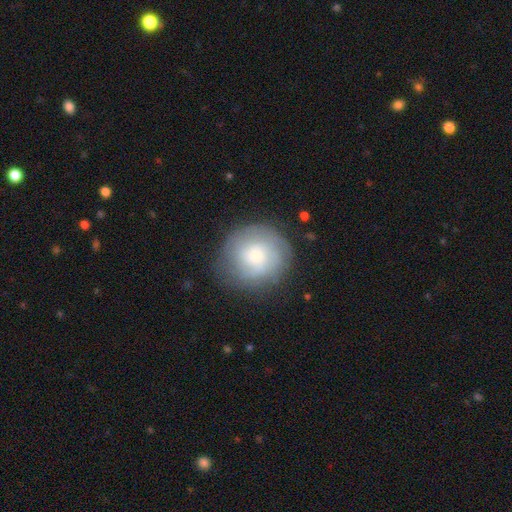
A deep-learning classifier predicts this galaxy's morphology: featured or disk 50%, smooth 42%, star or artifact 8%. Down the decision tree: edge-on disk — no (97%); merging — none (79%).